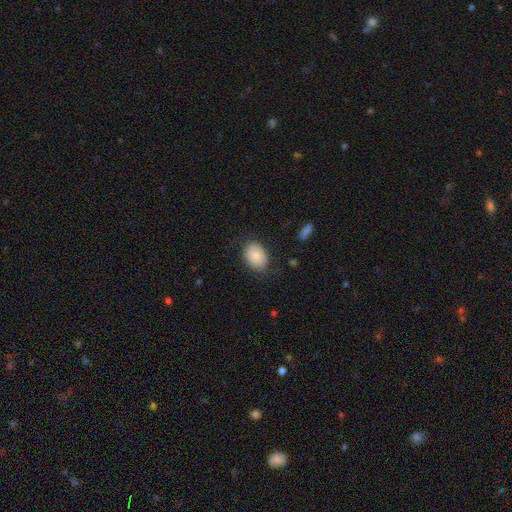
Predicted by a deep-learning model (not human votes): smooth_or_featured: smooth (p=0.85) [alt: featured or disk p=0.08]
how_rounded: in between (p=0.78) [alt: round p=0.21]
merging: none (p=0.79) [alt: minor disturbance p=0.15]